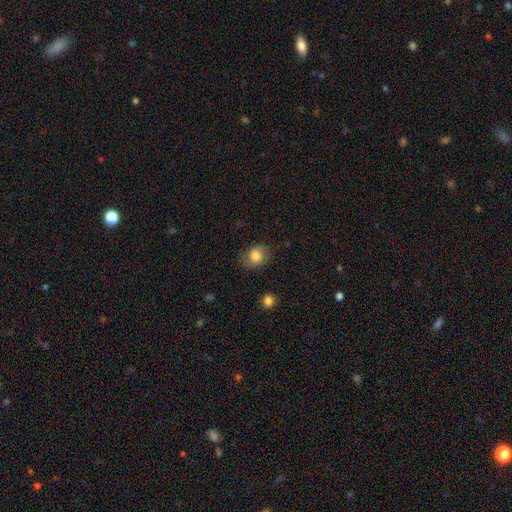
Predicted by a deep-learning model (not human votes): smooth-or-featured: smooth: 75% | featured or disk: 16% | star or artifact: 9%
  how-rounded: round: 51% | in between: 48% | cigar-shaped: 1%
  merging: none: 74% | minor disturbance: 19% | major disturbance: 6% | merger: 1%